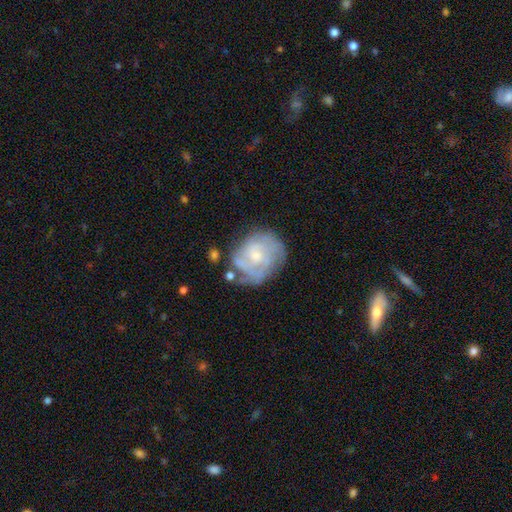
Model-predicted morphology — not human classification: Smooth or featured? Predicted: featured or disk (p=0.70). Edge-on disk? Predicted: no (p=0.98). Bar? Predicted: no (p=0.71). Spiral arms? Predicted: yes (p=0.76). Spiral winding? Predicted: tight (p=0.61). Spiral arm count? Predicted: can't tell (p=0.52). Bulge size? Predicted: small (p=0.52). Merging? Predicted: none (p=0.56).